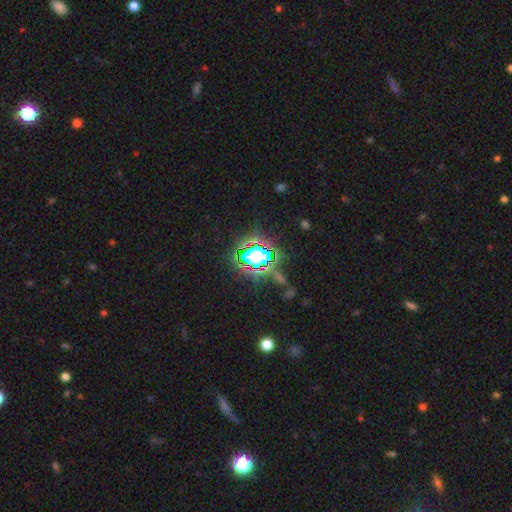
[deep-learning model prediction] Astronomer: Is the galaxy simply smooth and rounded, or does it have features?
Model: star or artifact — 73%.